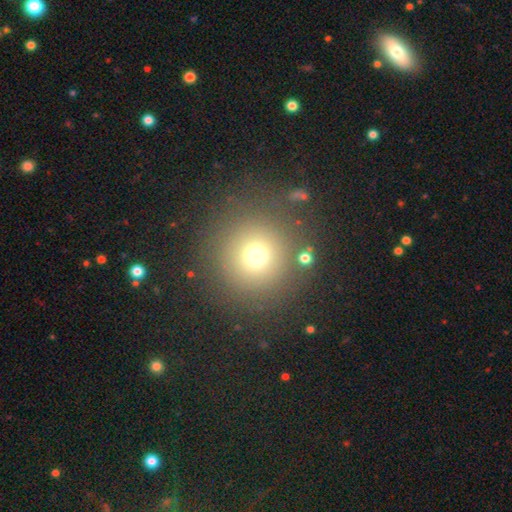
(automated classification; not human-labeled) A smooth galaxy with no disk features (70%) that is round (95%).

Vote fractions:
- Smooth or featured? smooth: 70% / star or artifact: 20% / featured or disk: 10%
- How rounded? round: 95% / in between: 4% / cigar-shaped: 1%
- Merging? none: 83% / minor disturbance: 8% / major disturbance: 5% / merger: 4%